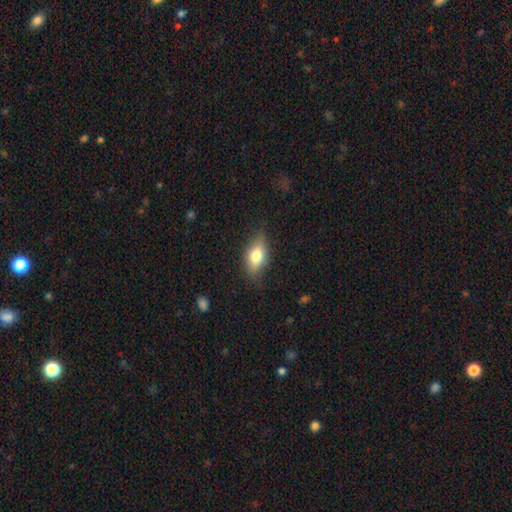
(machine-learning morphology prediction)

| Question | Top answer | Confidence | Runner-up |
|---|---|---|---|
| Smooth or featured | smooth | 70% | featured or disk (22%) |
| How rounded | in between | 83% | cigar-shaped (10%) |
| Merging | none | 77% | minor disturbance (17%) |